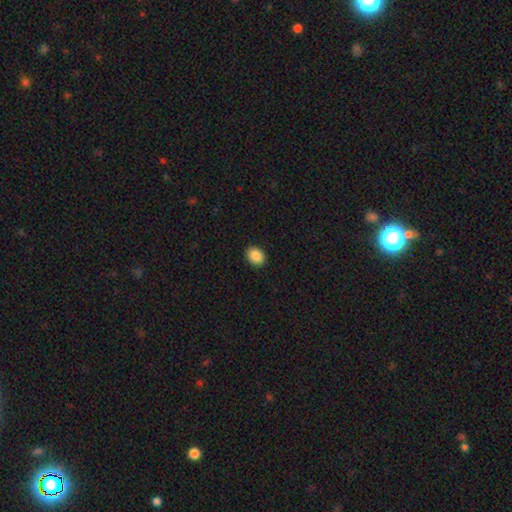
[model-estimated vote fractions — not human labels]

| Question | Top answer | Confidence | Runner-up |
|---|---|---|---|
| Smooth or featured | smooth | 89% | star or artifact (8%) |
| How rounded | in between | 58% | round (41%) |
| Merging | none | 92% | minor disturbance (6%) |